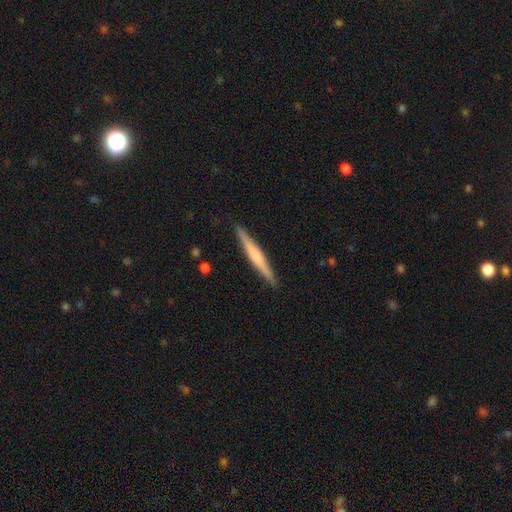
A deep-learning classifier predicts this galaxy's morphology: A smooth galaxy with no disk features (48%, tied with featured or disk). Merging: none (91%).